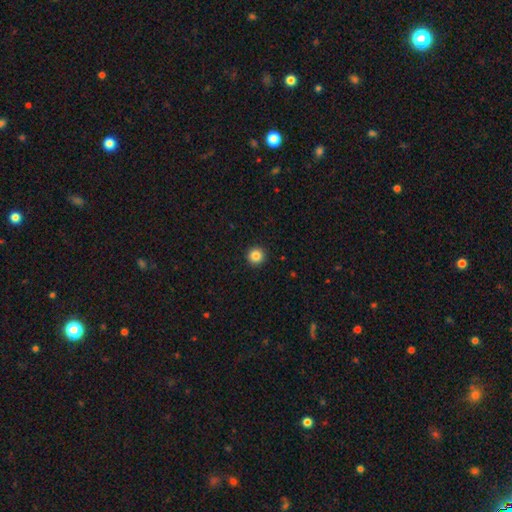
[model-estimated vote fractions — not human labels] Morphology: type=smooth (85%); roundness=round (96%); merging=none (94%).